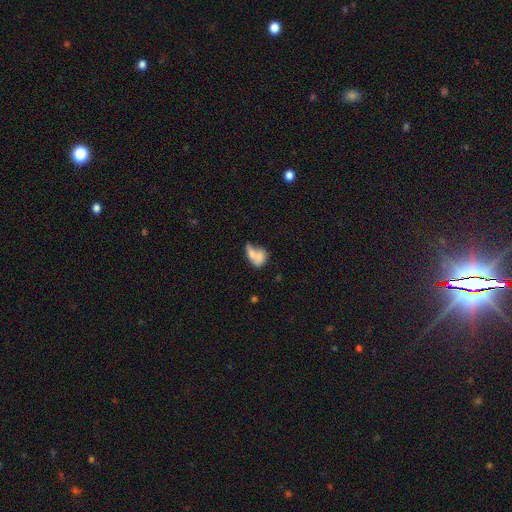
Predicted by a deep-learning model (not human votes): Morphology: type=smooth (68%); roundness=in between (76%); merging=merger (62%).